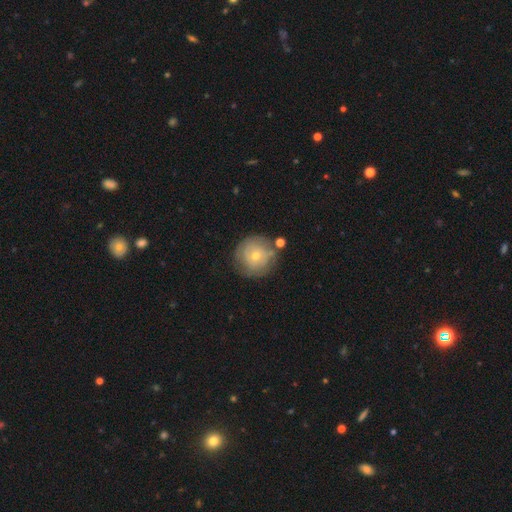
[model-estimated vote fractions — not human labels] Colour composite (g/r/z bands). It shows a featured or disk galaxy (50%). Merging: none (72%).